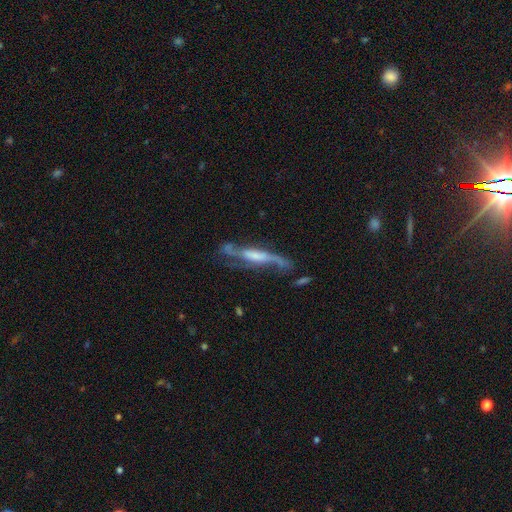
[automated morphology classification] This appears to be a featured or disk galaxy (76%) viewed edge-on (54%). Merging: none (48%).